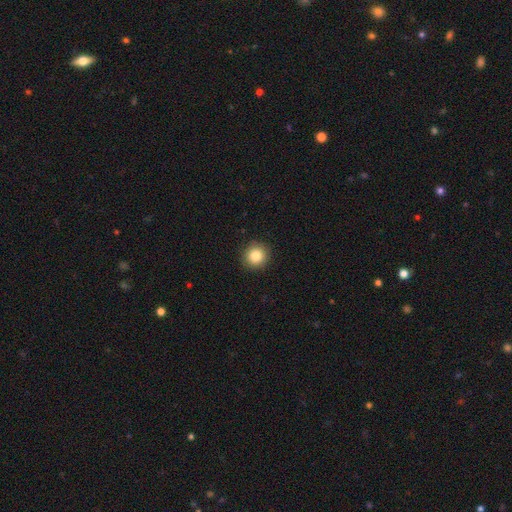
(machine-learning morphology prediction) Smooth or featured: smooth — 85% (star or artifact — 10%)
How rounded: round — 93% (in between — 6%)
Merging: none — 92% (minor disturbance — 6%)